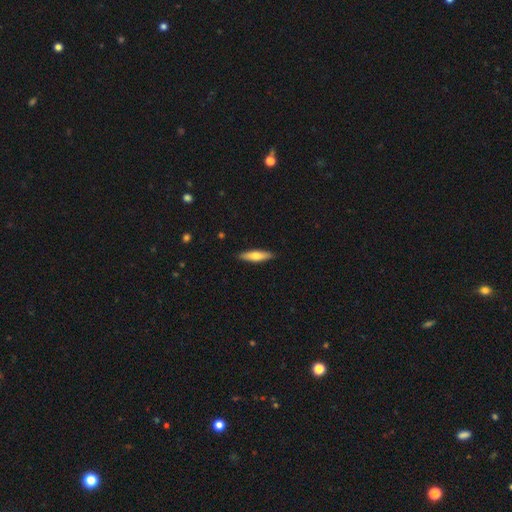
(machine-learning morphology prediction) smooth_or_featured: smooth (p=0.65) [alt: featured or disk p=0.29]
how_rounded: cigar-shaped (p=0.68) [alt: in between p=0.30]
merging: none (p=0.90) [alt: minor disturbance p=0.07]